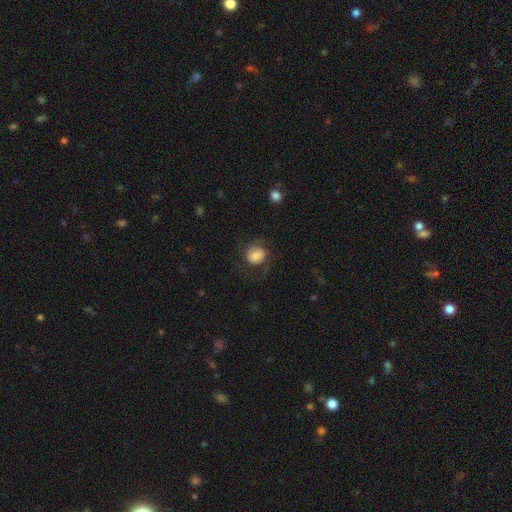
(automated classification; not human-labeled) A smooth galaxy with no disk features (73%) that is round (71%). Merging: none (62%).